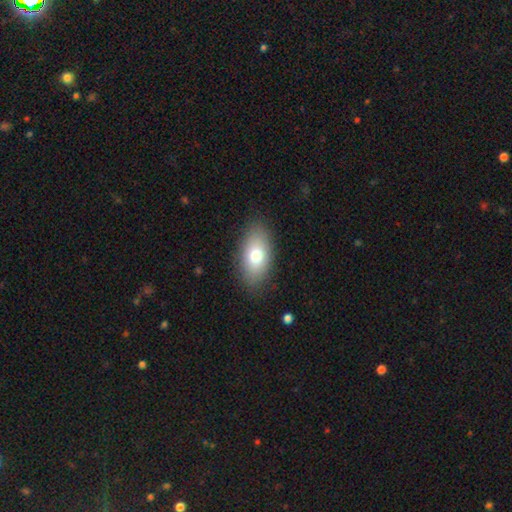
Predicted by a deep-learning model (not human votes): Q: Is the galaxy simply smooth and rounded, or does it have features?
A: smooth — 74%.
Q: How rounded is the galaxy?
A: in between — 91%.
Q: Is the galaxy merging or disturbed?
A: none — 86%.